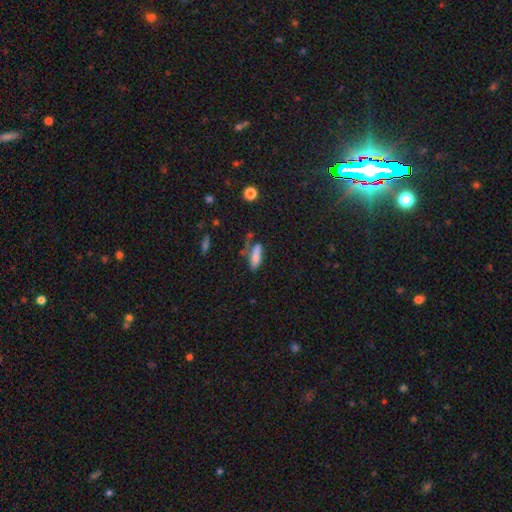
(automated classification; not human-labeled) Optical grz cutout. It shows a smooth galaxy with no disk features (76%) that is in between round and cigar-shaped (52%). Merging: none (49%).